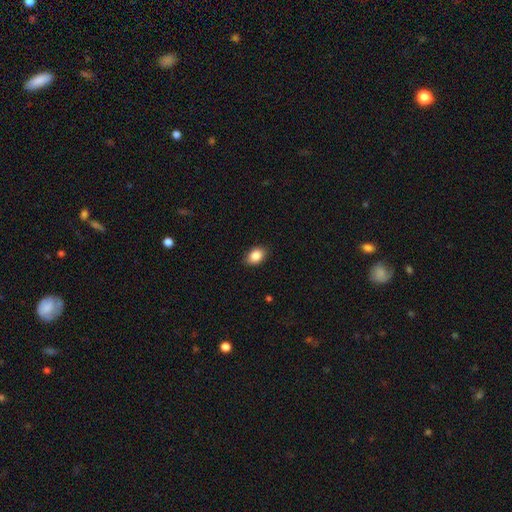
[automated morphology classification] The model was most divided on "how rounded": in between: 80%, round: 19%, cigar-shaped: 1%. More confident: smooth or featured — smooth (87%); merging — none (87%).